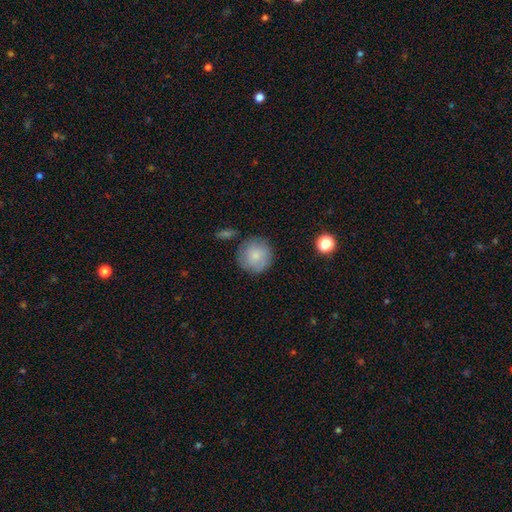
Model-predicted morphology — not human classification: Smooth or featured: smooth — 81% (featured or disk — 12%)
How rounded: round — 94% (in between — 5%)
Merging: none — 79% (minor disturbance — 14%)